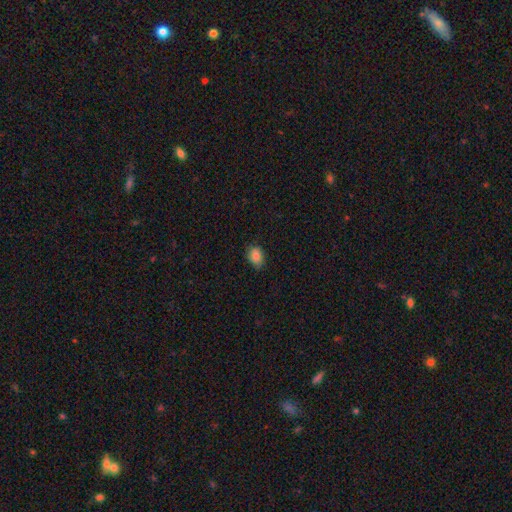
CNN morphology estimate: Smooth or featured: smooth — 85% (star or artifact — 9%)
How rounded: in between — 75% (round — 24%)
Merging: none — 75% (minor disturbance — 21%)